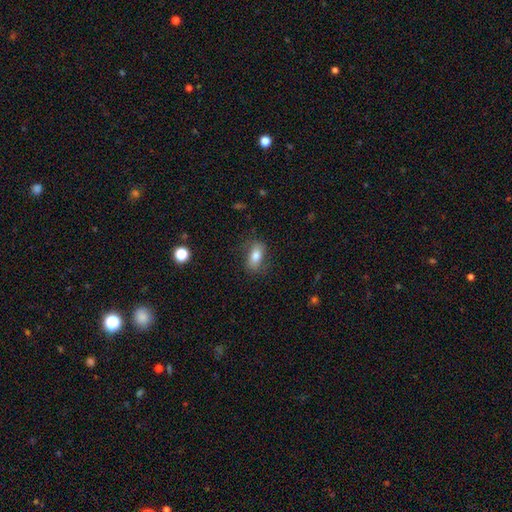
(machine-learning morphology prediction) This is likely a smooth galaxy (76%). How rounded: clearly in between (85%). Merging: likely none (76%).